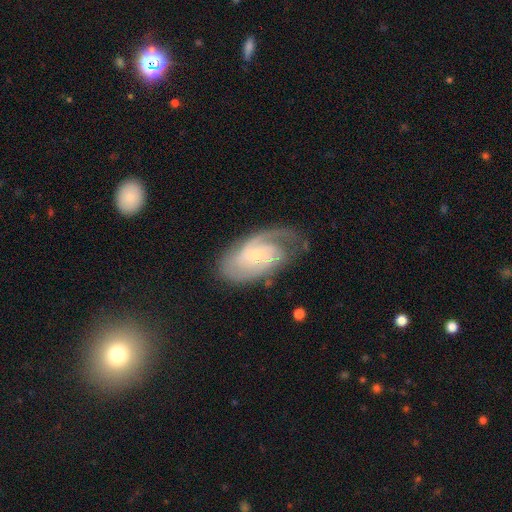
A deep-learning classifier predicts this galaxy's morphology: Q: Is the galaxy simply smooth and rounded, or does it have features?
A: featured or disk — 84%.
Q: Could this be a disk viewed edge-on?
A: no — 96%.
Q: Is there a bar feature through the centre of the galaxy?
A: no — 65%.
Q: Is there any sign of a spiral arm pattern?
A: yes — 95%.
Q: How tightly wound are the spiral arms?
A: tight — 53%.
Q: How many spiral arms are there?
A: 2 — 42%.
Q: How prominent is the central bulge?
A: small — 73%.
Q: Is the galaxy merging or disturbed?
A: none — 62%.